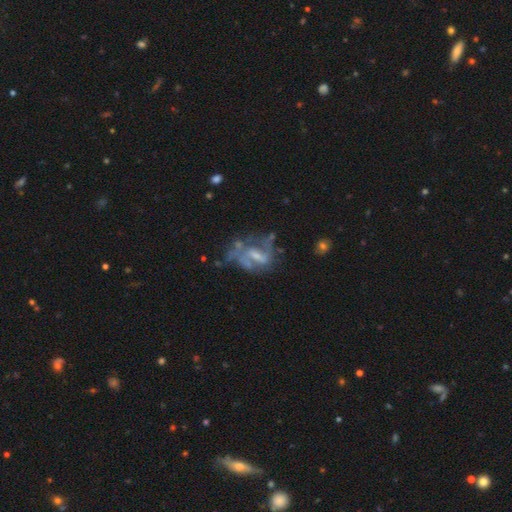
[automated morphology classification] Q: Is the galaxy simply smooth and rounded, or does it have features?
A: featured or disk — 68%.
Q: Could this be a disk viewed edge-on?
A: no — 96%.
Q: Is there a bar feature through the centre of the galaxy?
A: weak — 42%.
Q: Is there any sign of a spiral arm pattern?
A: no — 51%.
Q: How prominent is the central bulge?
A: small — 37%.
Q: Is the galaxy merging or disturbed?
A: none — 40%.